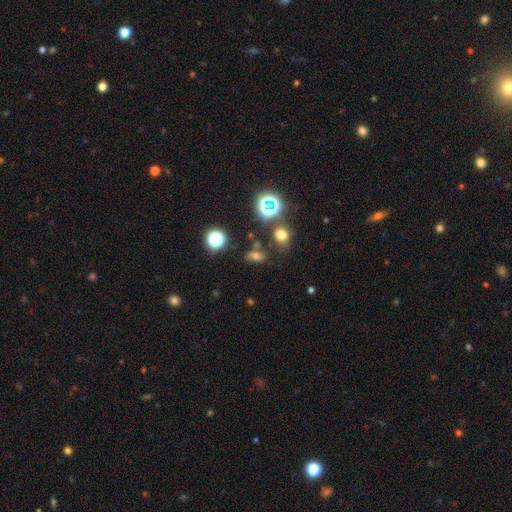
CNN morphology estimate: smooth-or-featured: smooth: 58% | star or artifact: 30% | featured or disk: 12%
  how-rounded: in between: 72% | round: 23% | cigar-shaped: 6%
  merging: none: 68% | minor disturbance: 16% | merger: 10% | major disturbance: 7%